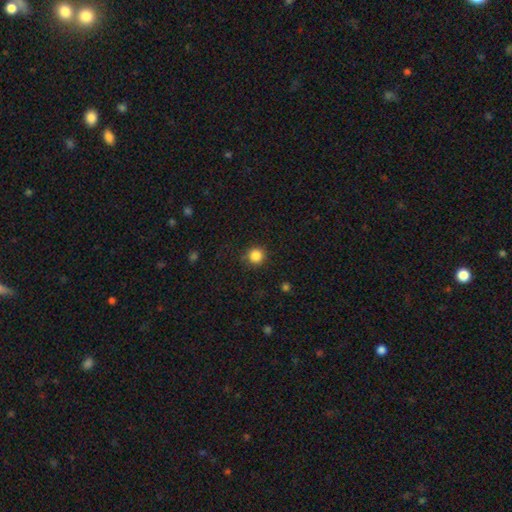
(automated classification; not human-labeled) This appears to be a smooth galaxy with no disk features (85%) that is round (95%). Merging: none (89%).